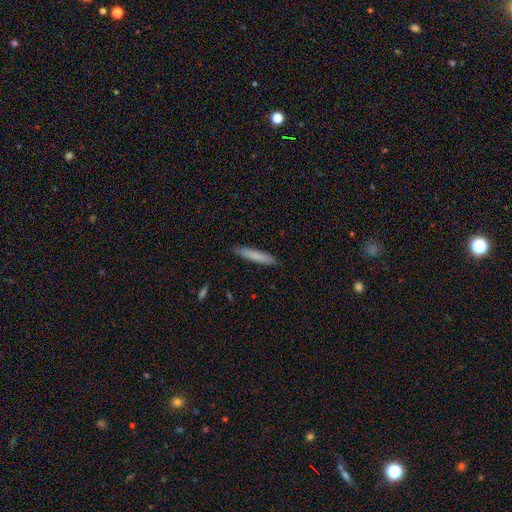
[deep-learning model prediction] smooth_or_featured: smooth (p=0.79) [alt: featured or disk p=0.15]
how_rounded: cigar-shaped (p=0.91) [alt: in between p=0.07]
merging: none (p=0.89) [alt: minor disturbance p=0.08]